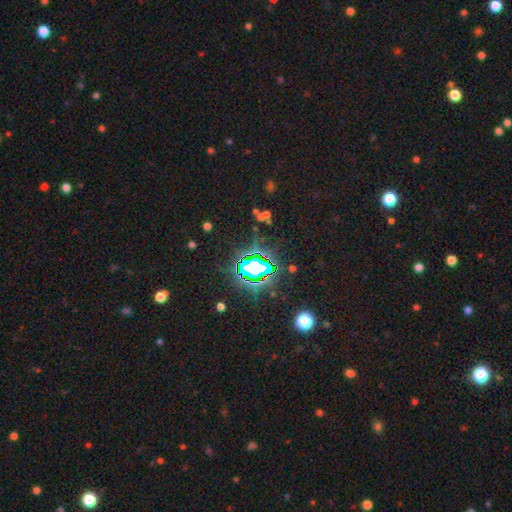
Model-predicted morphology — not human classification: Overall: star or artifact (76%).